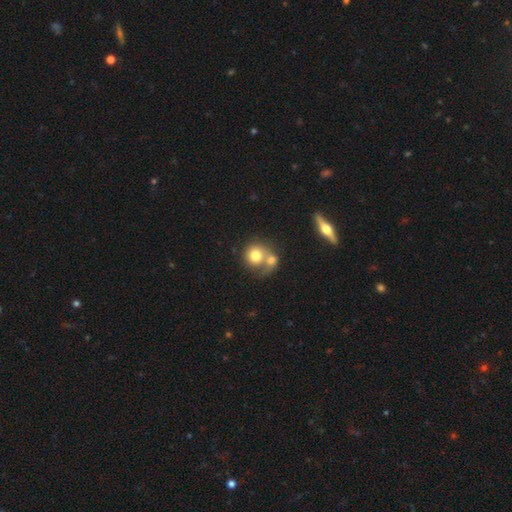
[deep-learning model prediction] Smooth or featured? Predicted: smooth (p=0.71). How rounded? Predicted: round (p=0.82). Merging? Predicted: merger (p=0.60).